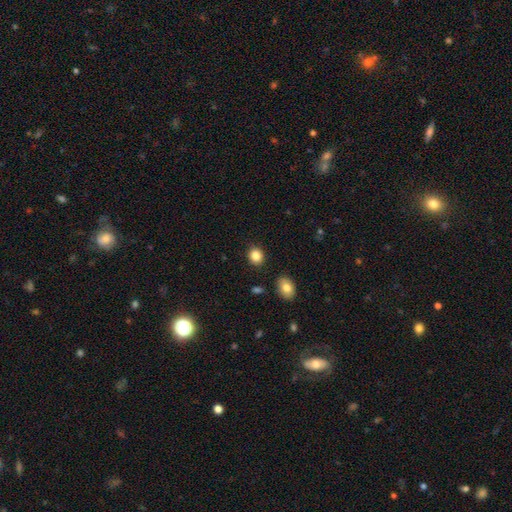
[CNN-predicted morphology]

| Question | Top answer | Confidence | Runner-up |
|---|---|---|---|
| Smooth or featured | smooth | 85% | star or artifact (10%) |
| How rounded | round | 65% | in between (34%) |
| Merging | none | 87% | minor disturbance (8%) |